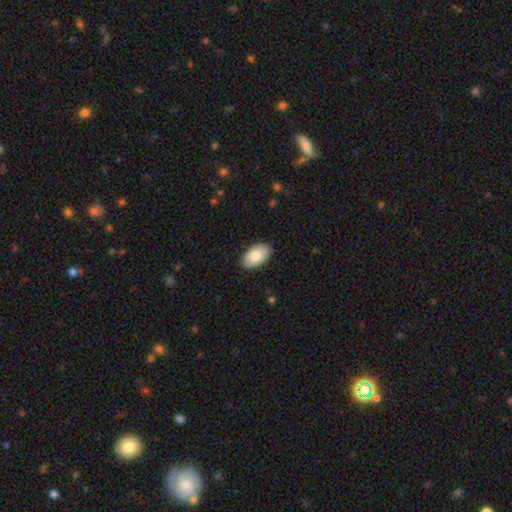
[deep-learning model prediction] Q: Smooth or featured?
A: smooth (83%); runner-up: featured or disk (12%)
Q: How rounded?
A: in between (95%); runner-up: round (4%)
Q: Merging?
A: none (87%); runner-up: minor disturbance (10%)